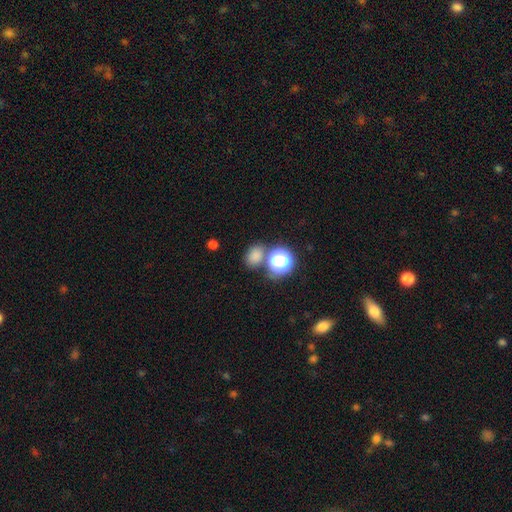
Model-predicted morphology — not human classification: Q: Smooth or featured?
A: smooth (74%); runner-up: star or artifact (19%)
Q: How rounded?
A: round (52%); runner-up: in between (47%)
Q: Merging?
A: none (63%); runner-up: merger (20%)